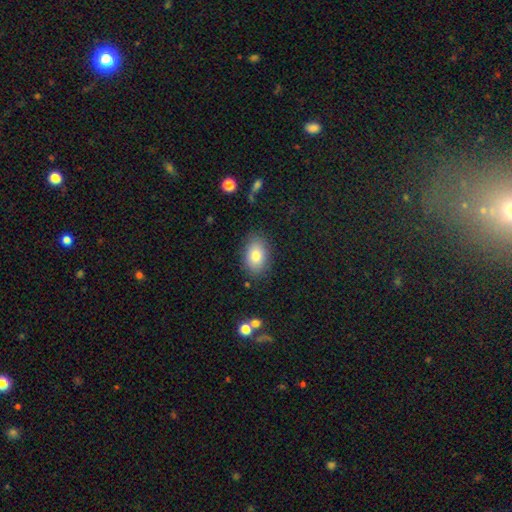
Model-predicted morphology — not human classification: smooth 80%, featured or disk 12%, star or artifact 8%. Down the decision tree: how rounded — in between (87%); merging — none (84%).